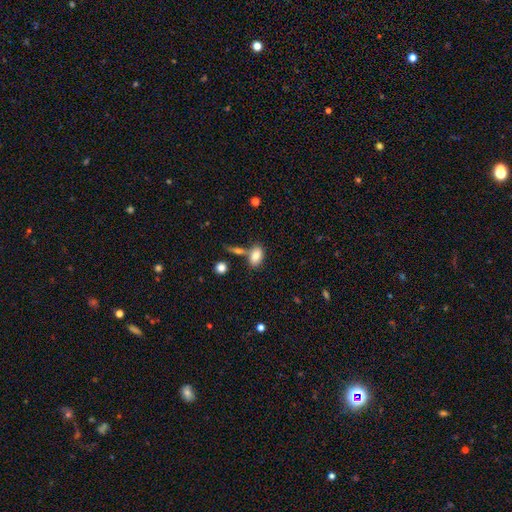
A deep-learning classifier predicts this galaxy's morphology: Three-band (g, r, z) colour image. It shows a smooth galaxy with no disk features (82%) that is in between round and cigar-shaped (90%). Merging: none (57%).